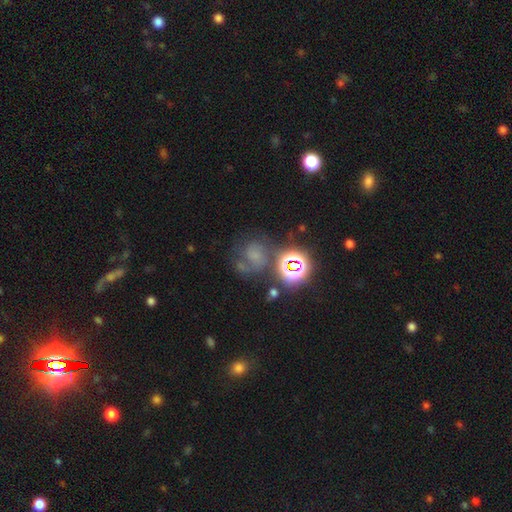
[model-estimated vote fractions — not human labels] Morphology: type=featured or disk (38%); merging=none (45%).